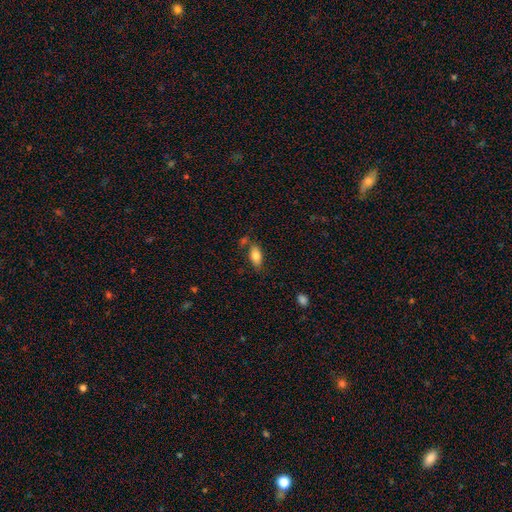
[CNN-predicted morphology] Overall: smooth (80%). How rounded: in between (90%). Merging: none (69%).